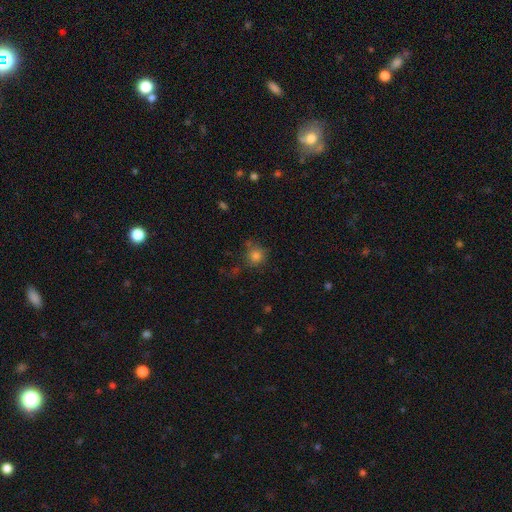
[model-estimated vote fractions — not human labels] Smooth or featured: smooth — 80% (star or artifact — 14%)
How rounded: round — 87% (in between — 12%)
Merging: none — 69% (minor disturbance — 18%)